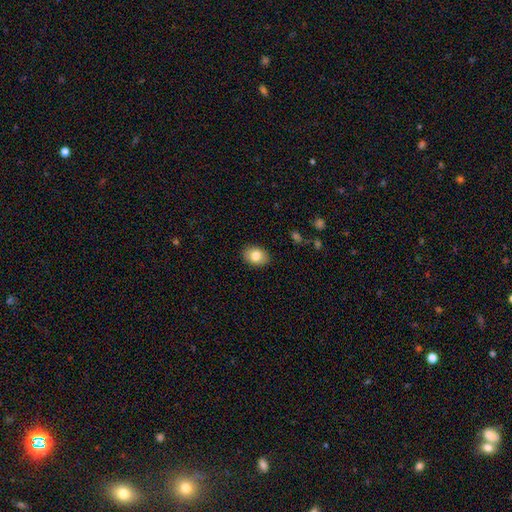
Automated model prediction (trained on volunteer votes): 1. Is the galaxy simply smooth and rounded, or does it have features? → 82% smooth, 10% featured or disk, 8% star or artifact.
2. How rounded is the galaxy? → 72% in between, 27% round, 1% cigar-shaped.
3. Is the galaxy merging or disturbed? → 89% none, 8% minor disturbance, 2% major disturbance, 1% merger.